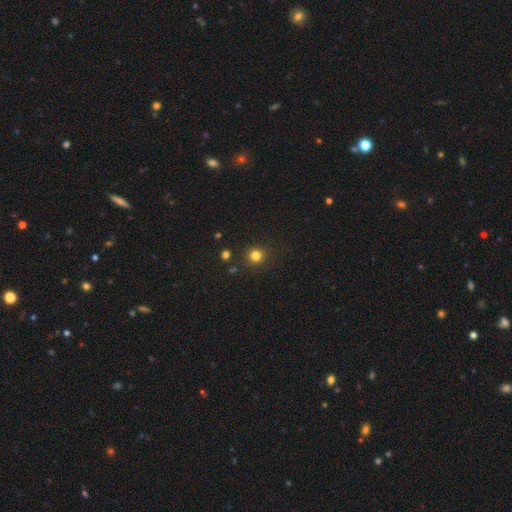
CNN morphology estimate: This is clearly a smooth galaxy (81%). How rounded: clearly round (92%). Merging: clearly none (89%).